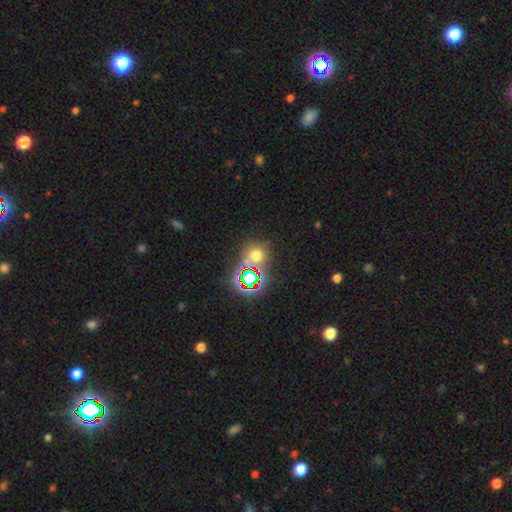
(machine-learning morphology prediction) Smooth or featured? Predicted: smooth (p=0.52). How rounded? Predicted: round (p=0.83). Merging? Predicted: none (p=0.65).